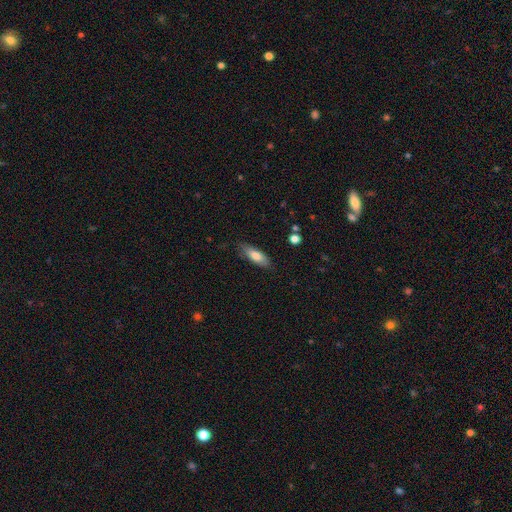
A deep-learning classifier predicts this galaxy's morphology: Q: Smooth or featured?
A: smooth (76%); runner-up: featured or disk (18%)
Q: How rounded?
A: in between (62%); runner-up: cigar-shaped (36%)
Q: Merging?
A: none (79%); runner-up: minor disturbance (16%)